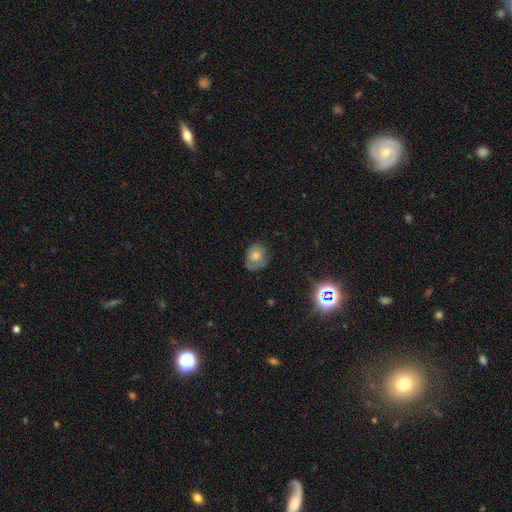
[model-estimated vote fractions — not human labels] smooth-or-featured: smooth: 65% | featured or disk: 23% | star or artifact: 12%
  how-rounded: round: 59% | in between: 40% | cigar-shaped: 1%
  merging: none: 59% | minor disturbance: 29% | major disturbance: 10% | merger: 2%